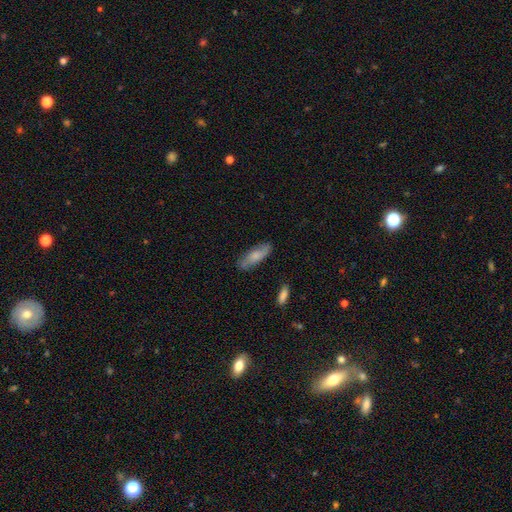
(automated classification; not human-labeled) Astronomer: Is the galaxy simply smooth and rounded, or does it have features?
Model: smooth — 61%.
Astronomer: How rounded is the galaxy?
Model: in between — 62%.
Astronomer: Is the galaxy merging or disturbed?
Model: none — 80%.